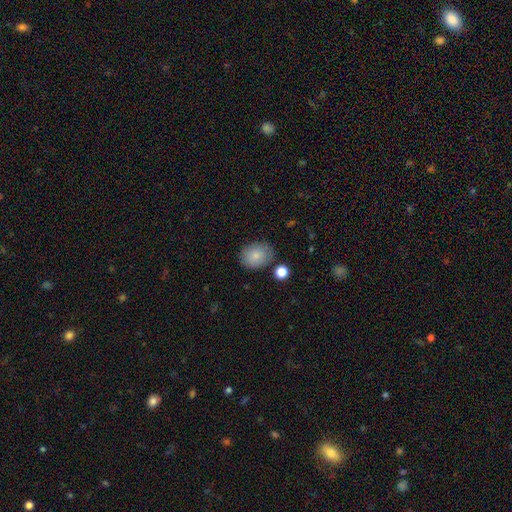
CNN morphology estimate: This is clearly a smooth galaxy (84%). How rounded: likely in between (60%). Merging: likely none (78%).